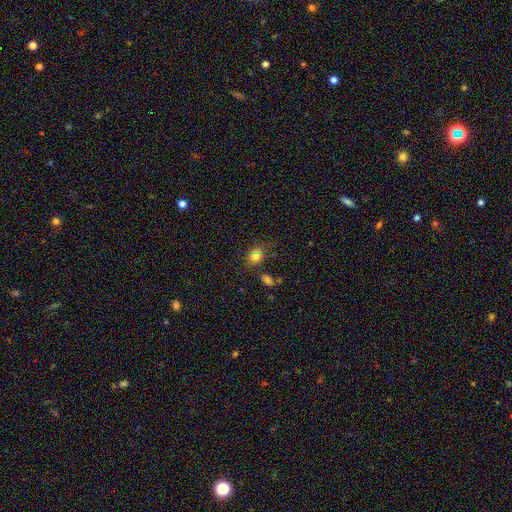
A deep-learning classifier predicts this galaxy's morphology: smooth-or-featured: smooth: 70% | star or artifact: 21% | featured or disk: 9%
  how-rounded: round: 58% | in between: 40% | cigar-shaped: 2%
  merging: none: 67% | minor disturbance: 17% | merger: 9% | major disturbance: 8%